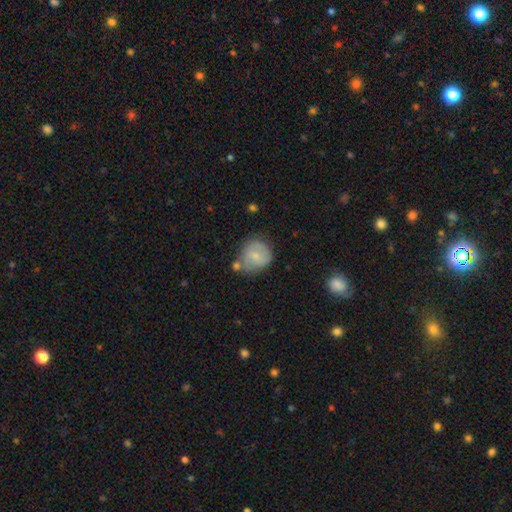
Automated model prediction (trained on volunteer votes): Smooth or featured? smooth (65%)
How rounded? round (80%)
Merging? none (52%)